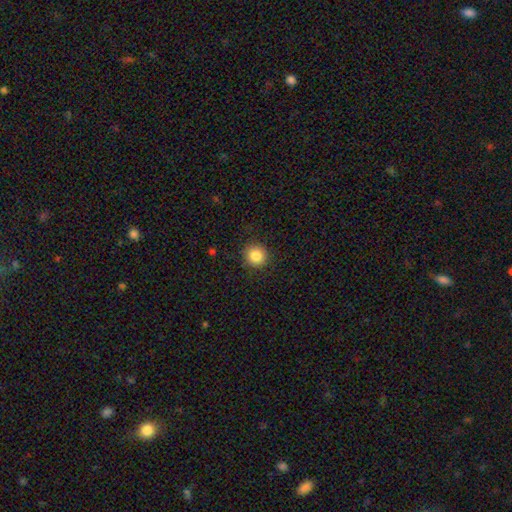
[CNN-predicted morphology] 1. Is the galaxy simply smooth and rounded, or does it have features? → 85% smooth, 10% star or artifact, 5% featured or disk.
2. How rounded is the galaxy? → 91% round, 8% in between, 1% cigar-shaped.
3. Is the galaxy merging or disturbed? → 90% none, 7% minor disturbance, 2% major disturbance, 1% merger.